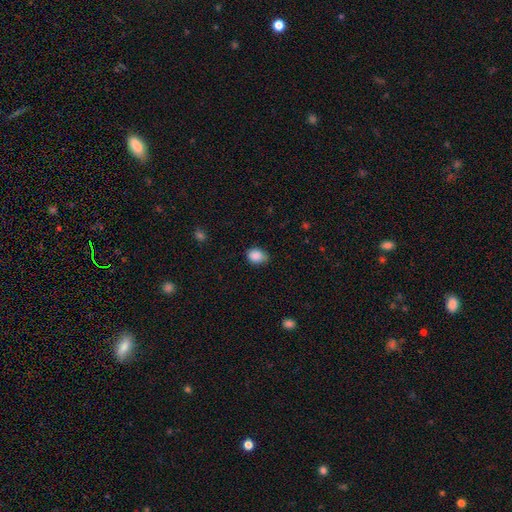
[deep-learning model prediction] Morphology: type=smooth (88%); roundness=in between (54%); merging=none (68%).